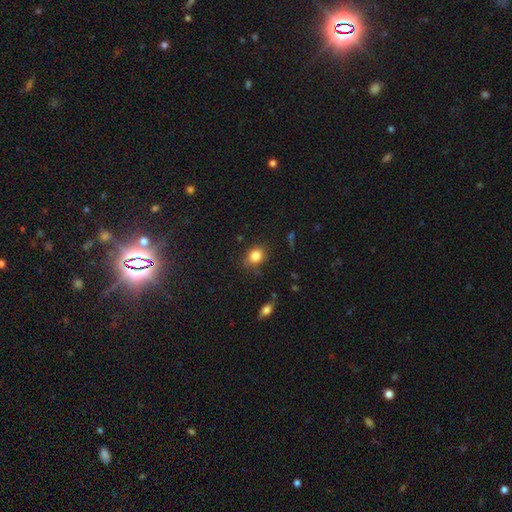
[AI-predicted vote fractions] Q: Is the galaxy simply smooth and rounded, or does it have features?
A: smooth — 83%.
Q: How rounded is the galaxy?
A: round — 60%.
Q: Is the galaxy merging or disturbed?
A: none — 78%.